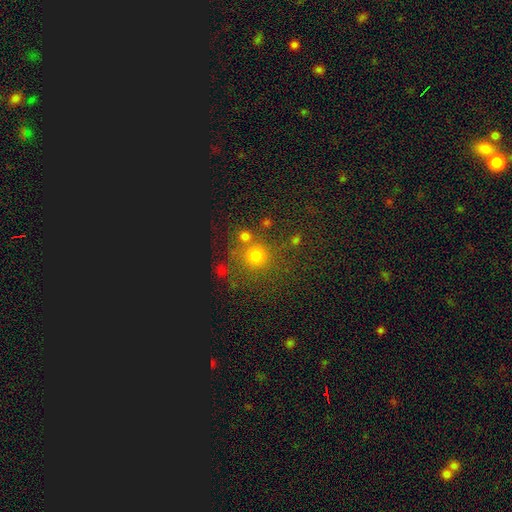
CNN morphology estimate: A smooth galaxy with no disk features (70%) that is round (92%). Merging: none (71%).